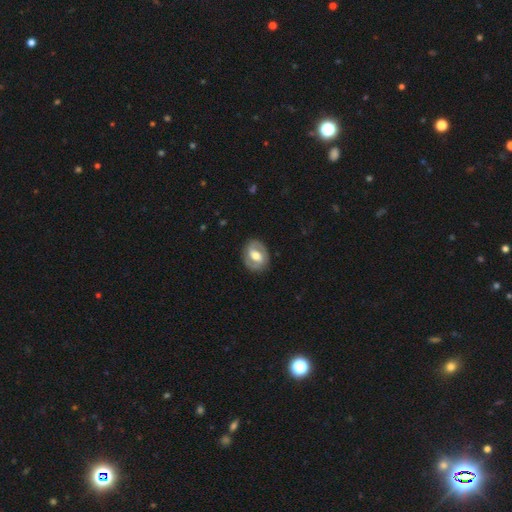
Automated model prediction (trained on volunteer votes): Smooth or featured: featured or disk — 63% (smooth — 31%)
Edge-on disk: no — 95% (yes — 5%)
Bar: weak — 45% (strong — 29%)
Spiral arms: yes — 67% (no — 33%)
Bulge size: moderate — 65% (large — 22%)
Merging: none — 83% (minor disturbance — 12%)